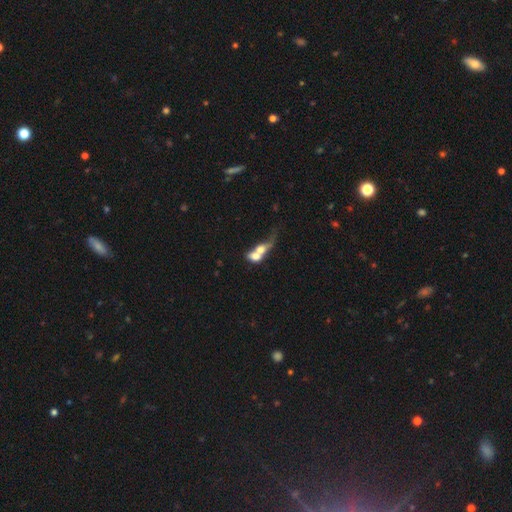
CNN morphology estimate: smooth 60%, featured or disk 30%, star or artifact 10%. Down the decision tree: how rounded — in between (58%); merging — merger (73%).